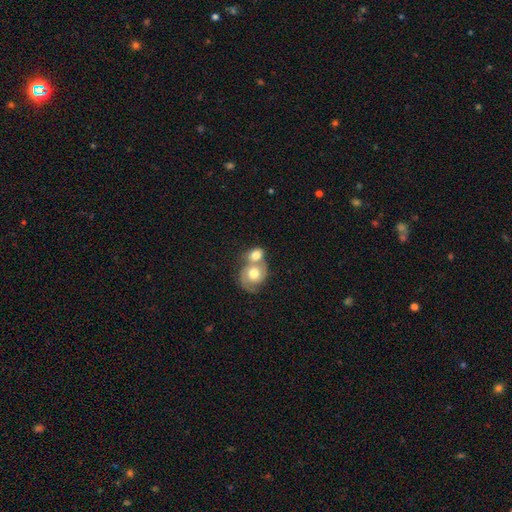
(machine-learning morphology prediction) Smooth or featured? Predicted: smooth (p=0.57). How rounded? Predicted: round (p=0.55). Merging? Predicted: merger (p=0.67).